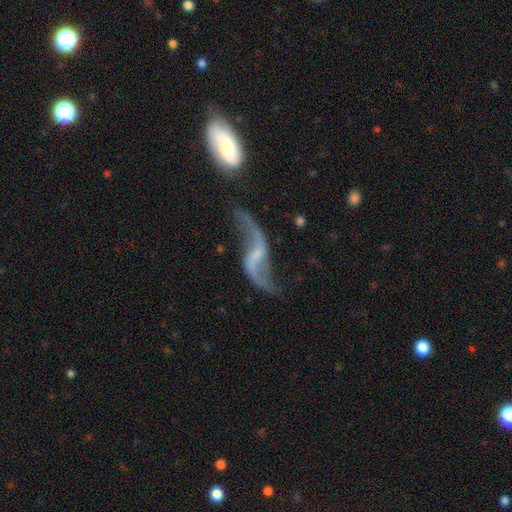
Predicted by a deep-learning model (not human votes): A featured or disk galaxy (89%) with a weak bar (44%), 2 (93%) loose (92%) spiral arms (95%) and a small central bulge (51%).

Vote fractions:
- Smooth or featured? featured or disk: 89% / smooth: 6% / star or artifact: 6%
- Edge-on disk? no: 95% / yes: 5%
- Bar? weak: 44% / no: 32% / strong: 24%
- Spiral arms? yes: 95% / no: 5%
- Spiral winding? loose: 92% / medium: 6% / tight: 2%
- Spiral arm count? 2: 93% / 1: 2% / can't tell: 2% / 3: 1% / 4: 1% / more than 4: 1%
- Bulge size? small: 51% / none: 32% / moderate: 14% / large: 2% / dominant: 1%
- Merging? none: 62% / minor disturbance: 18% / major disturbance: 13% / merger: 8%